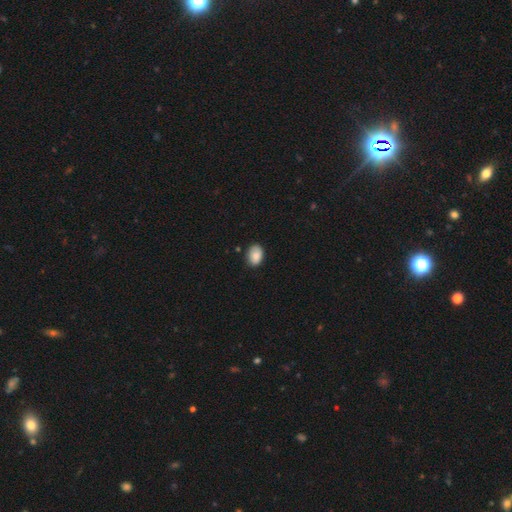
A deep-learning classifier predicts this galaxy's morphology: A smooth galaxy with no disk features (86%) that is in between round and cigar-shaped (79%).

Vote fractions:
- Smooth or featured? smooth: 86% / star or artifact: 7% / featured or disk: 7%
- How rounded? in between: 79% / round: 20% / cigar-shaped: 1%
- Merging? none: 79% / minor disturbance: 17% / major disturbance: 3% / merger: 1%